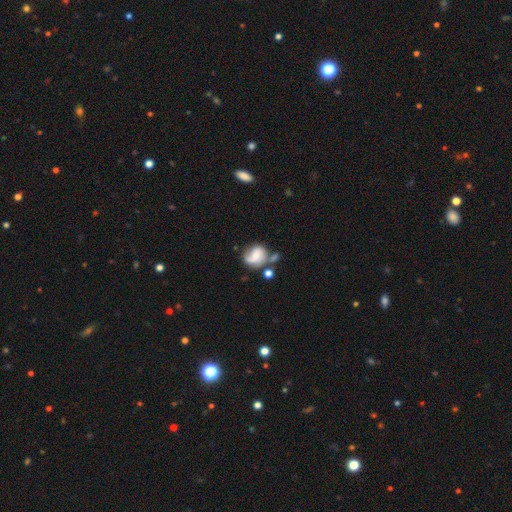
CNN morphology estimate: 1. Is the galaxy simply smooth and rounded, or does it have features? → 52% featured or disk, 39% smooth, 9% star or artifact.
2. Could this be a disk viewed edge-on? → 97% no, 3% yes.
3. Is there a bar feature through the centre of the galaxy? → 53% no, 36% weak, 11% strong.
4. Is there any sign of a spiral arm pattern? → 79% yes, 21% no.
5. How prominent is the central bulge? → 46% small, 35% moderate, 13% none, 5% large, 2% dominant.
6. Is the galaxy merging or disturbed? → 39% none, 24% merger, 23% minor disturbance, 14% major disturbance.